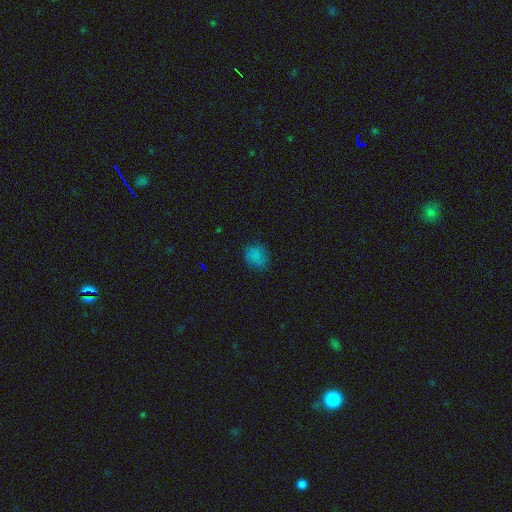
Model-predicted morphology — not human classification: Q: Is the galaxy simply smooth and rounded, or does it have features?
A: smooth — 79%.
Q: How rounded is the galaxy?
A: round — 56%.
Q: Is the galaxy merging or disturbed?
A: none — 75%.